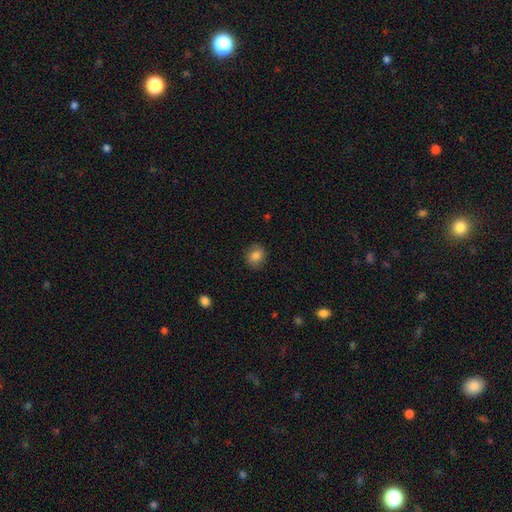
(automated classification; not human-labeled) Smooth or featured? smooth (80%)
How rounded? round (75%)
Merging? none (85%)